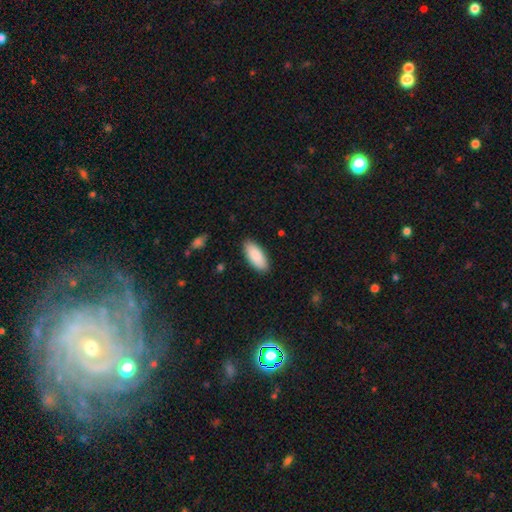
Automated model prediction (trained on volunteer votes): Smooth or featured? Predicted: smooth (p=0.89). How rounded? Predicted: in between (p=0.85). Merging? Predicted: none (p=0.88).